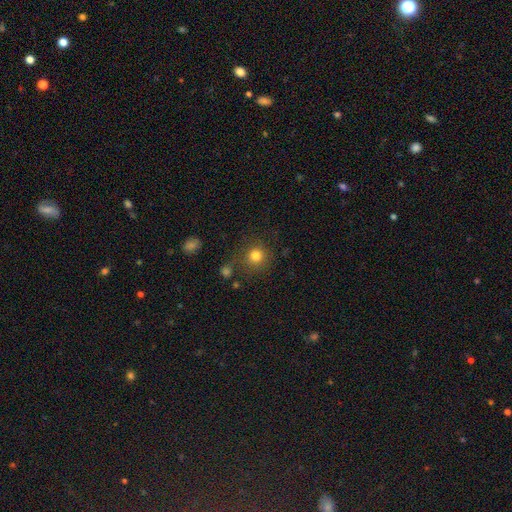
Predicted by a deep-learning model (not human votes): Q: Smooth or featured?
A: smooth (80%); runner-up: star or artifact (13%)
Q: How rounded?
A: round (92%); runner-up: in between (7%)
Q: Merging?
A: none (80%); runner-up: minor disturbance (11%)